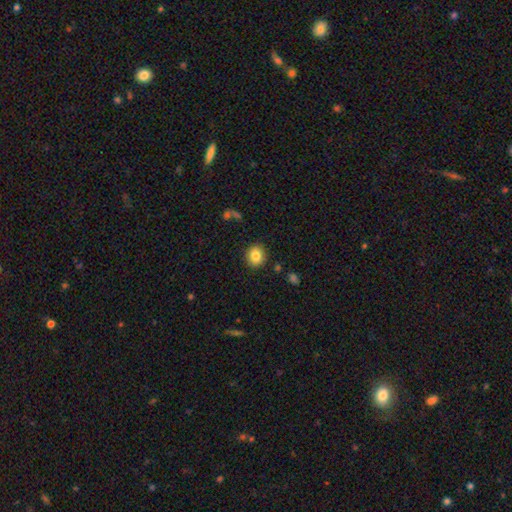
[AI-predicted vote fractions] smooth_or_featured: smooth (p=0.84) [alt: star or artifact p=0.09]
how_rounded: round (p=0.77) [alt: in between p=0.22]
merging: none (p=0.88) [alt: minor disturbance p=0.08]